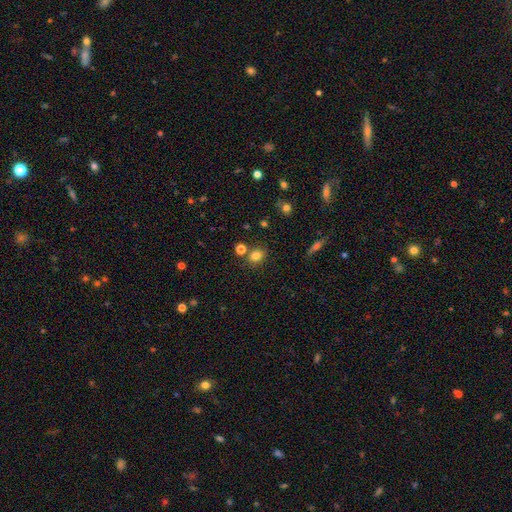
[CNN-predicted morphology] smooth 79%, star or artifact 14%, featured or disk 7%. Down the decision tree: how rounded — round (55%); merging — none (74%).